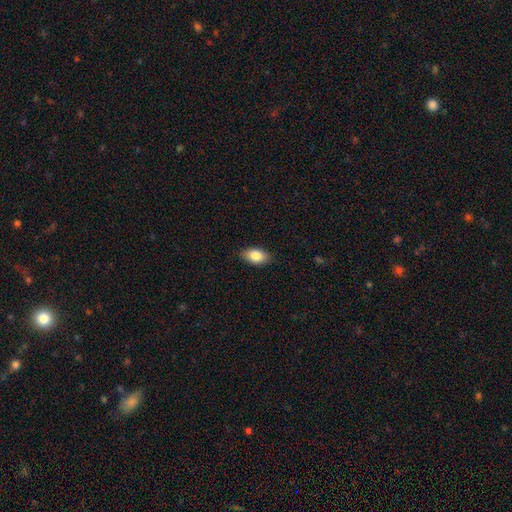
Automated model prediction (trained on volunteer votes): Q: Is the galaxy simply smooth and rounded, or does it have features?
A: smooth — 85%.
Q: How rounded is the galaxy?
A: in between — 92%.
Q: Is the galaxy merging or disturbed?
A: none — 86%.